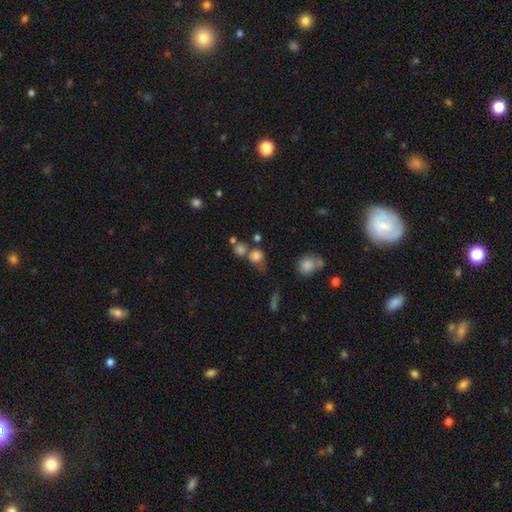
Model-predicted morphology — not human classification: The model was most divided on "merging": none: 46%, merger: 32%, minor disturbance: 13%, major disturbance: 8%. More confident: how rounded — round (80%); smooth or featured — smooth (77%).